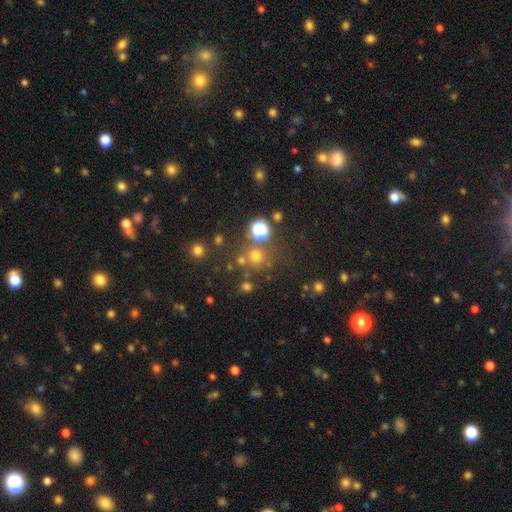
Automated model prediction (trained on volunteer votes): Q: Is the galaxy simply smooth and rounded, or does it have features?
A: smooth — 66%.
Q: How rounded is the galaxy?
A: round — 90%.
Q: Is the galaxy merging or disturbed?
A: none — 70%.